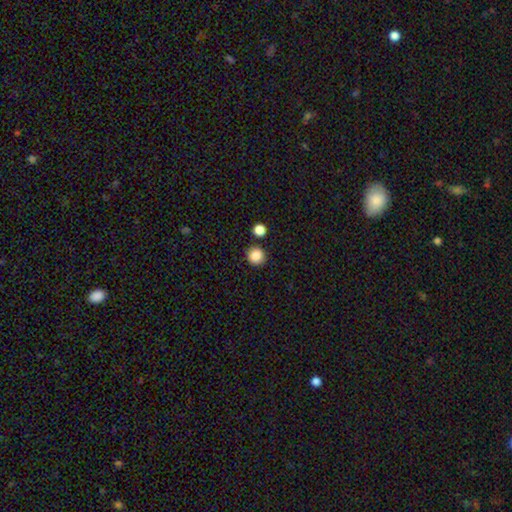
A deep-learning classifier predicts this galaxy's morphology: The model was most divided on "smooth or featured": smooth: 86%, star or artifact: 10%, featured or disk: 4%. More confident: how rounded — round (92%); merging — none (87%).